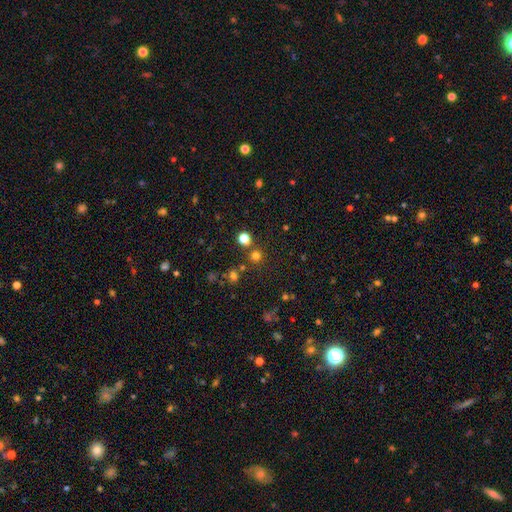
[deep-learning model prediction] smooth-or-featured: smooth: 71% | star or artifact: 23% | featured or disk: 6%
  how-rounded: round: 92% | in between: 7% | cigar-shaped: 1%
  merging: none: 77% | merger: 13% | minor disturbance: 7% | major disturbance: 3%